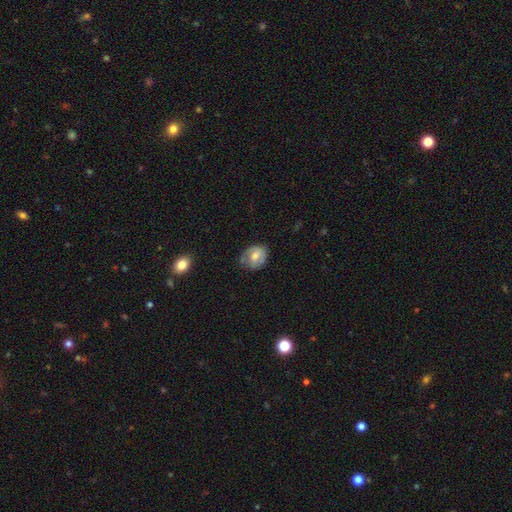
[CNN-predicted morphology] This is likely a smooth galaxy (62%). How rounded: possibly in between (50%). Merging: possibly none (58%).